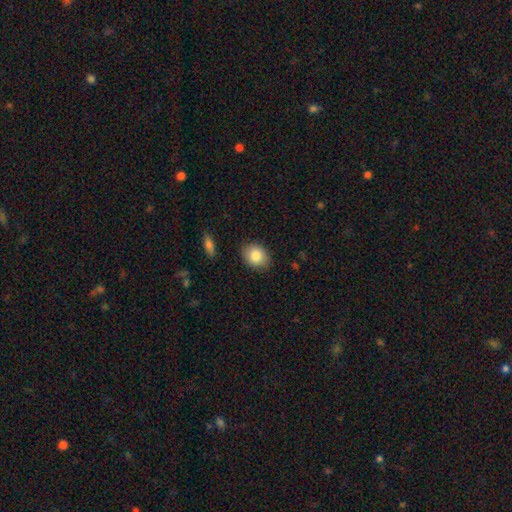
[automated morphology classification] This is clearly a smooth galaxy (84%). How rounded: possibly in between (56%). Merging: clearly none (86%).